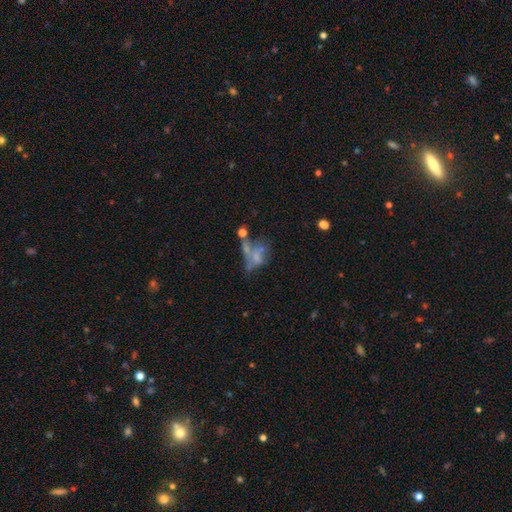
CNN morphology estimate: Smooth or featured? featured or disk (44%)
Merging? merger (32%, tied with major disturbance)